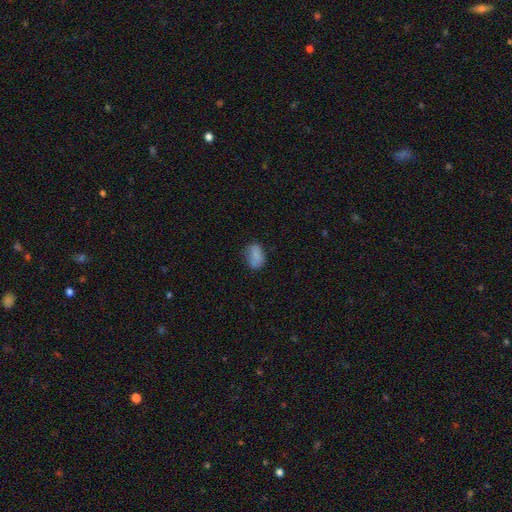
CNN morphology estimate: Q: Smooth or featured?
A: smooth (80%); runner-up: featured or disk (10%)
Q: How rounded?
A: in between (80%); runner-up: round (19%)
Q: Merging?
A: none (65%); runner-up: minor disturbance (25%)